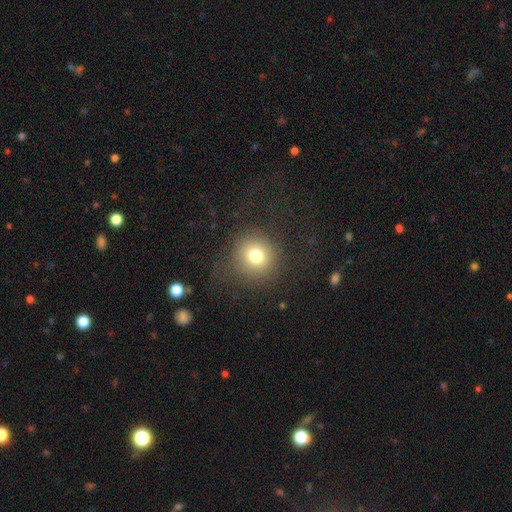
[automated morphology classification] Smooth or featured? Predicted: smooth (p=0.75). How rounded? Predicted: round (p=0.91). Merging? Predicted: none (p=0.78).